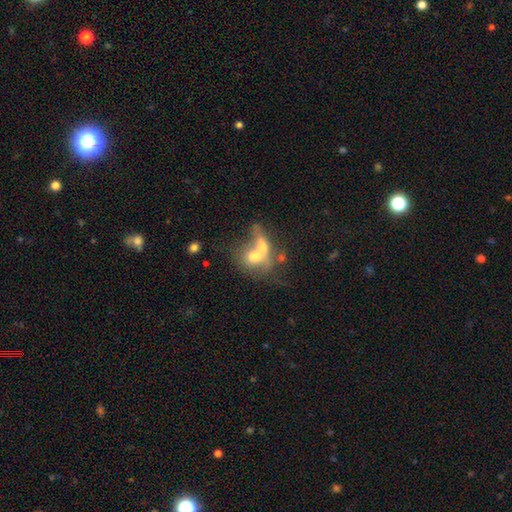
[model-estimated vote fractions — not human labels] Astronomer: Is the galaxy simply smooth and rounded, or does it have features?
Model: smooth — 55% (runner-up: featured or disk, 34%).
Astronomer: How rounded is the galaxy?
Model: in between — 53% (runner-up: round, 41%).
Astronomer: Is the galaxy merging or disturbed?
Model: merger — 70%.